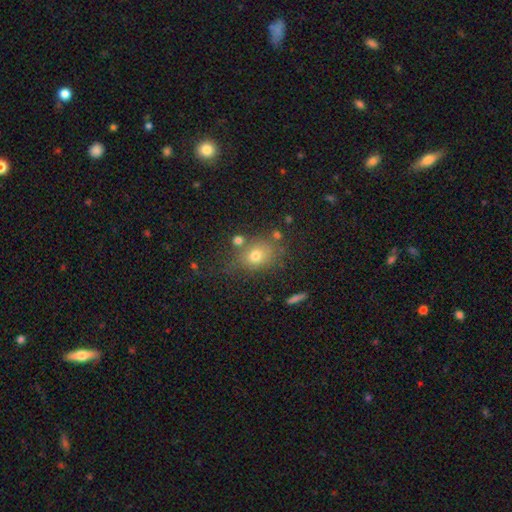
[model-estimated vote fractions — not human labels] The model was most divided on "how rounded" (2-way tie): in between: 49%, round: 49%, cigar-shaped: 1%. More confident: smooth or featured — smooth (72%); merging — none (66%).